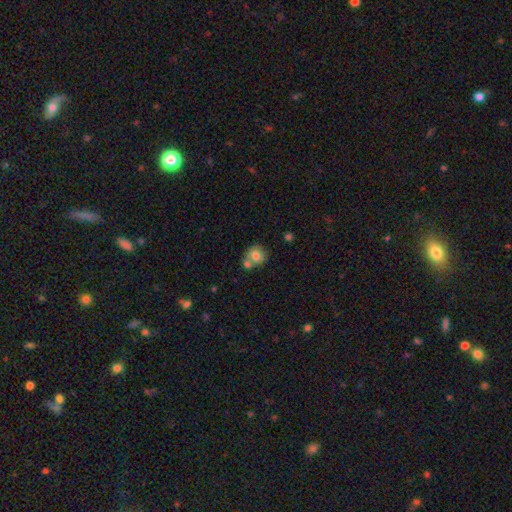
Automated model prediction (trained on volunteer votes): This appears to be a smooth galaxy with no disk features (69%) that is round (77%). Merging: none (44%).